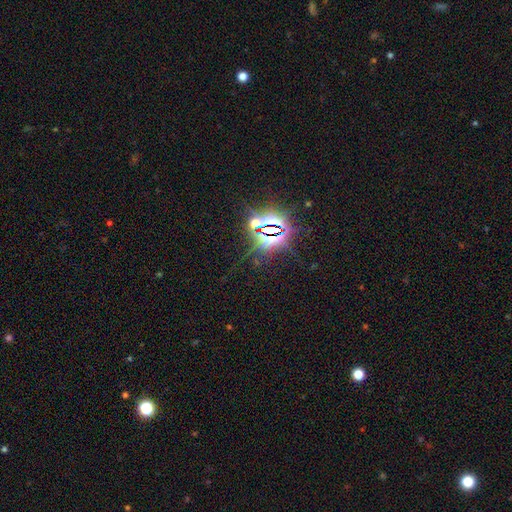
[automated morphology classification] Smooth or featured: star or artifact — 83% (smooth — 10%)